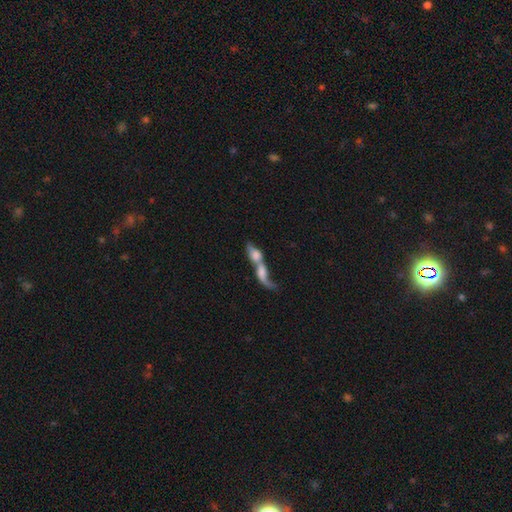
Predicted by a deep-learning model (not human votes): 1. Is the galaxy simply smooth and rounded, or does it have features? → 48% smooth, 43% featured or disk, 9% star or artifact.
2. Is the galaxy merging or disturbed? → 83% merger, 7% none, 7% major disturbance, 3% minor disturbance.